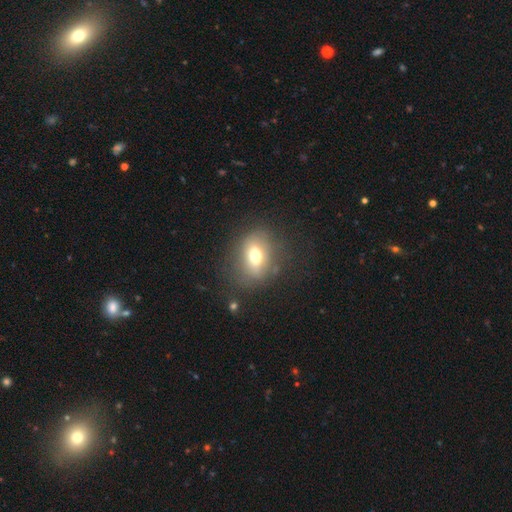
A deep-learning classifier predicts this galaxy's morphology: This is likely a smooth galaxy (66%). How rounded: possibly in between (59%). Merging: likely none (73%).